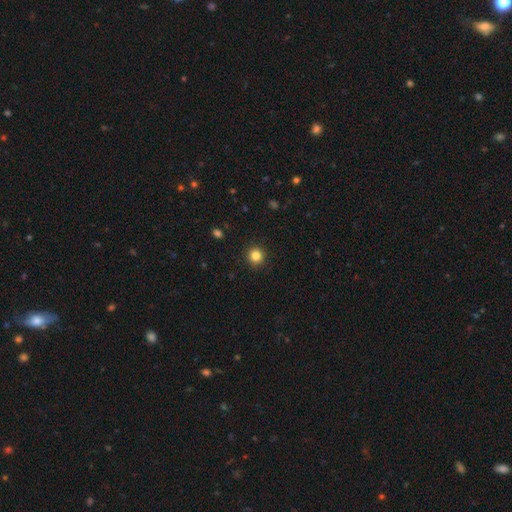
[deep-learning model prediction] Smooth or featured? smooth (84%)
How rounded? round (94%)
Merging? none (93%)